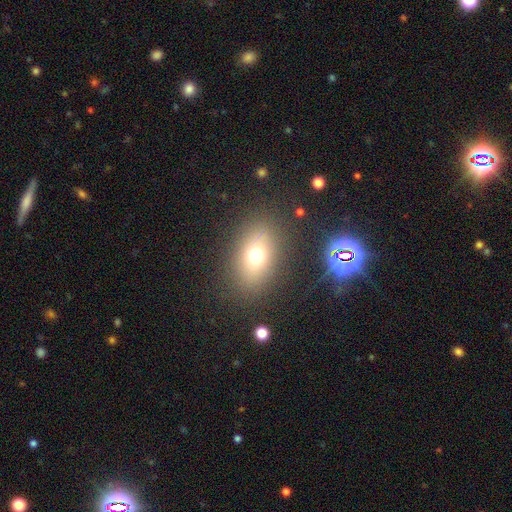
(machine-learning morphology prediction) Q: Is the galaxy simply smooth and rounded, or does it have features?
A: smooth — 68%.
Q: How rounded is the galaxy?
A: in between — 74%.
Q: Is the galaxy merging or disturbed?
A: none — 83%.